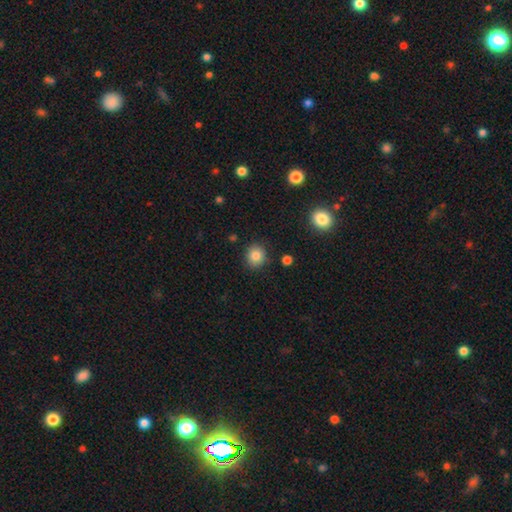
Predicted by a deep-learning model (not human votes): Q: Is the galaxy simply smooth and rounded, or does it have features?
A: smooth — 83%.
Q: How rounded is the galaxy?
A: round — 85%.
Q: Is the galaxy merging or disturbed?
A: none — 88%.